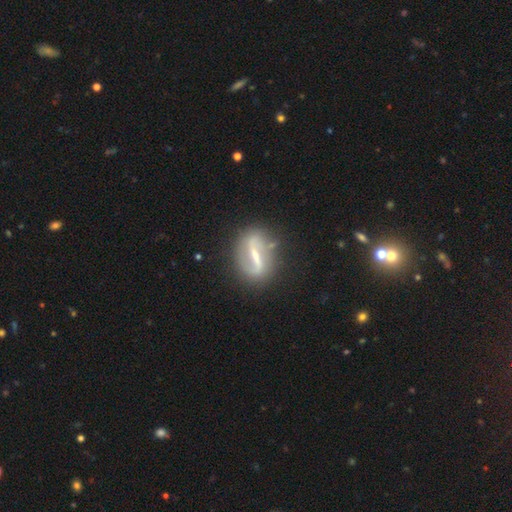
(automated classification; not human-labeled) smooth_or_featured: featured or disk (p=0.77) [alt: smooth p=0.15]
disk_edge_on: no (p=0.90) [alt: yes p=0.10]
bar: strong (p=0.68) [alt: weak p=0.23]
has_spiral_arms: yes (p=0.72) [alt: no p=0.28]
spiral_winding: loose (p=0.58) [alt: medium p=0.28]
spiral_arm_count: 2 (p=0.80) [alt: 1 p=0.09]
bulge_size: small (p=0.52) [alt: moderate p=0.31]
merging: none (p=0.75) [alt: minor disturbance p=0.16]